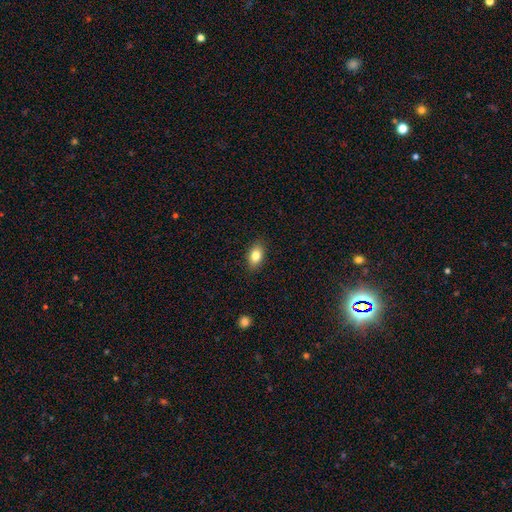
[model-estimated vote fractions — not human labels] Smooth or featured: smooth — 82% (featured or disk — 9%)
How rounded: in between — 86% (round — 12%)
Merging: none — 88% (minor disturbance — 9%)